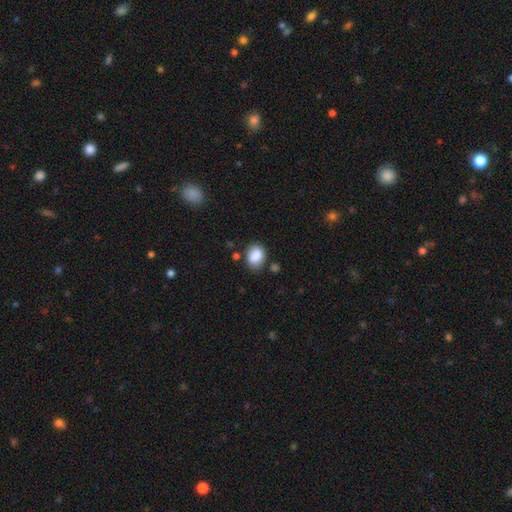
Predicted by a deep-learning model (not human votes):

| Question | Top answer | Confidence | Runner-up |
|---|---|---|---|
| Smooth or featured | smooth | 86% | star or artifact (8%) |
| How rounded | in between | 58% | round (41%) |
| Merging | none | 73% | minor disturbance (17%) |